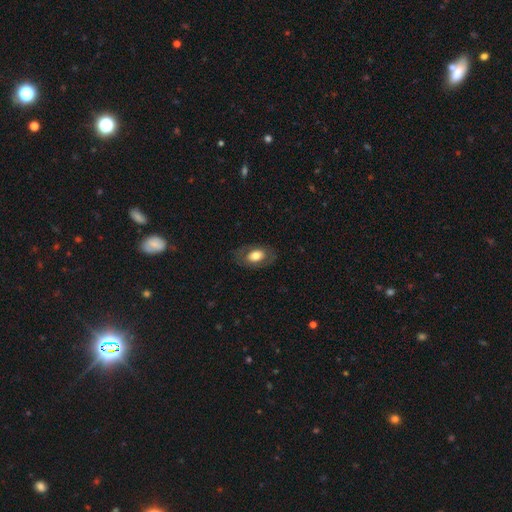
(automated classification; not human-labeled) A smooth galaxy with no disk features (67%) that is in between round and cigar-shaped (88%). Merging: none (78%).